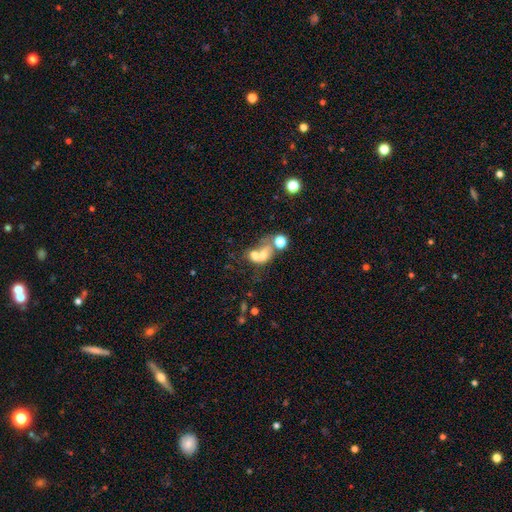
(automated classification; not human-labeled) Smooth or featured: smooth — 56% (featured or disk — 29%)
How rounded: in between — 55% (round — 43%)
Merging: merger — 63% (none — 18%)